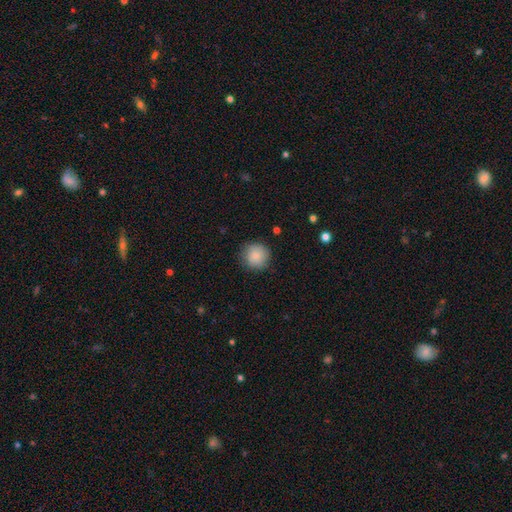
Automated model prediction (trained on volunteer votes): smooth_or_featured: smooth (p=0.86) [alt: star or artifact p=0.08]
how_rounded: round (p=0.94) [alt: in between p=0.05]
merging: none (p=0.86) [alt: minor disturbance p=0.11]